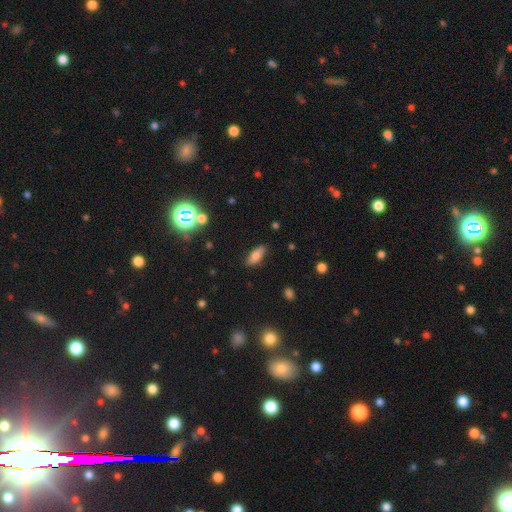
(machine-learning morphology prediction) Overall: smooth (72%). How rounded: in between (77%). Merging: none (80%).